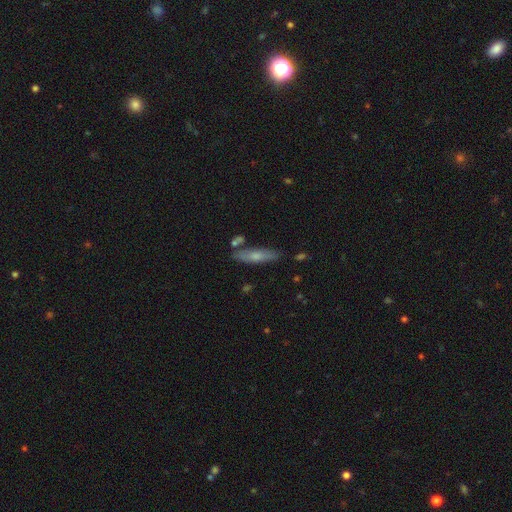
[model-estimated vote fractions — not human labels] Smooth or featured: smooth — 58% (featured or disk — 34%)
How rounded: cigar-shaped — 75% (in between — 23%)
Merging: none — 77% (minor disturbance — 13%)